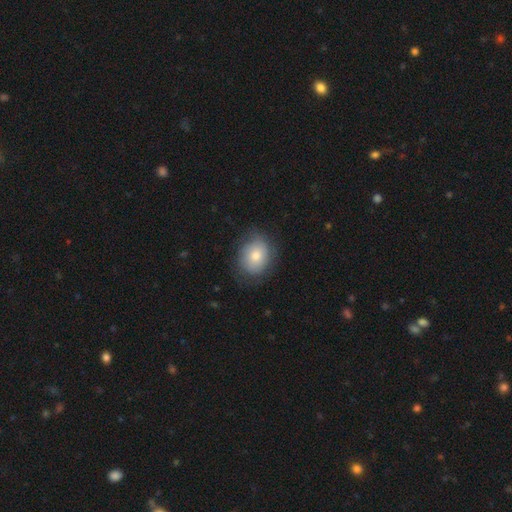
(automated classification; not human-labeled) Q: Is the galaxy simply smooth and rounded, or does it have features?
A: smooth — 72%.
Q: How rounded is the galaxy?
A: round — 54%.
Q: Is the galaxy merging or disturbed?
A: none — 72%.